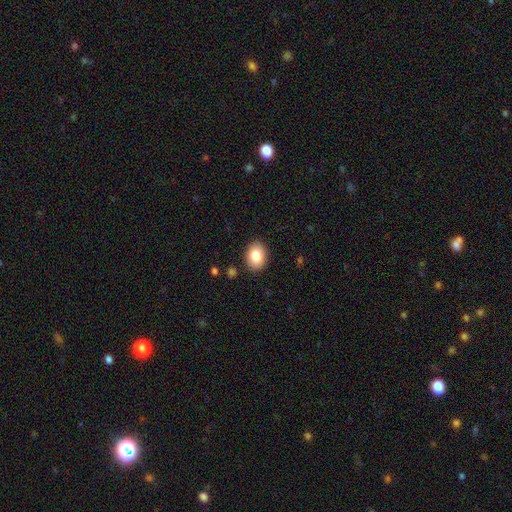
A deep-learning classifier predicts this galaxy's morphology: Overall: smooth (84%). How rounded: in between (71%). Merging: none (89%).